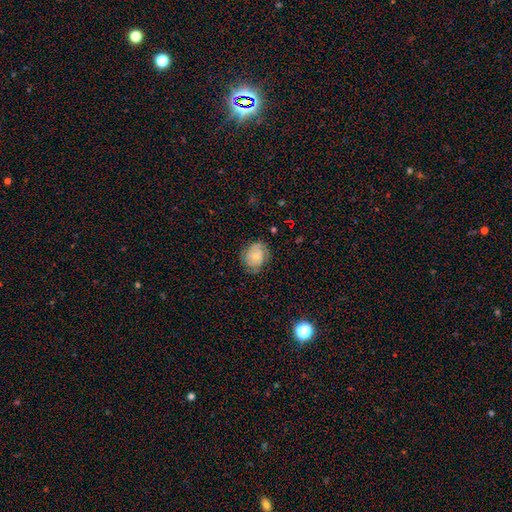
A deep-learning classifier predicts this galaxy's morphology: Overall: featured or disk (47%; smooth 45%). Merging: none (70%).